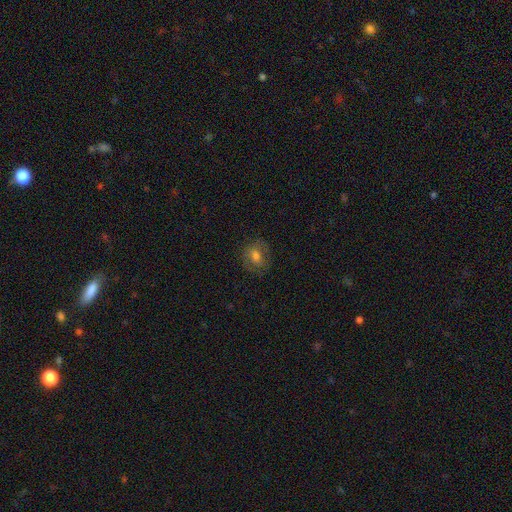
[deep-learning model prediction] This appears to be a smooth galaxy with no disk features (59%) that is round (55%). Merging: none (75%).